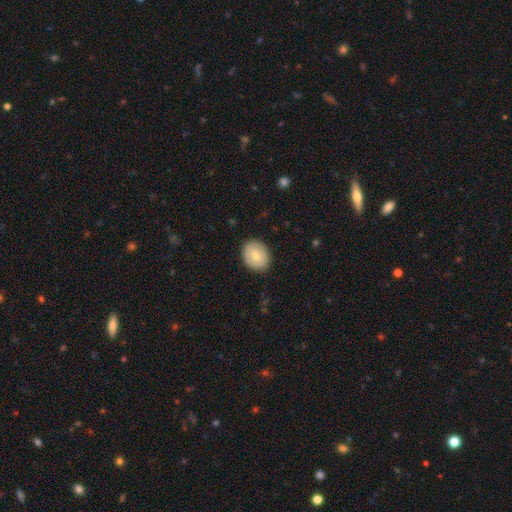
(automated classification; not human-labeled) The model was most divided on "how rounded": round: 55%, in between: 44%, cigar-shaped: 1%. More confident: merging — none (87%); smooth or featured — smooth (72%).